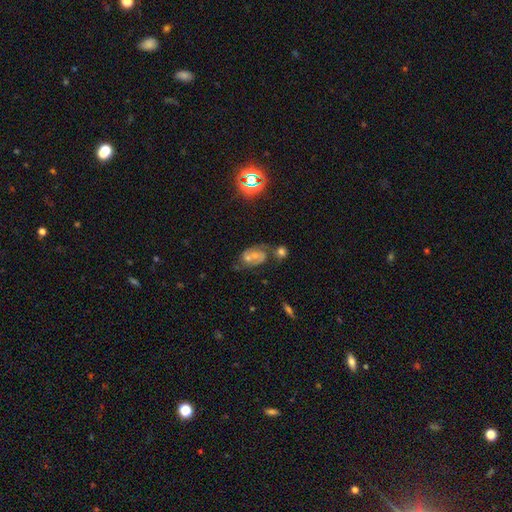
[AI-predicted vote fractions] Smooth or featured? Predicted: featured or disk (p=0.54). Edge-on disk? Predicted: no (p=0.96). Bar? Predicted: no (p=0.63). Spiral arms? Predicted: yes (p=0.74). Bulge size? Predicted: small (p=0.48). Merging? Predicted: merger (p=0.35).